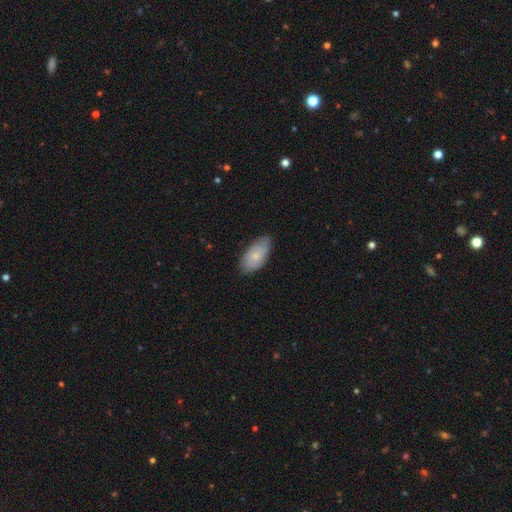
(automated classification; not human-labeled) A smooth galaxy with no disk features (64%) that is in between round and cigar-shaped (92%).

Vote fractions:
- Smooth or featured? smooth: 64% / featured or disk: 29% / star or artifact: 6%
- How rounded? in between: 92% / cigar-shaped: 5% / round: 3%
- Merging? none: 71% / minor disturbance: 24% / major disturbance: 4% / merger: 1%